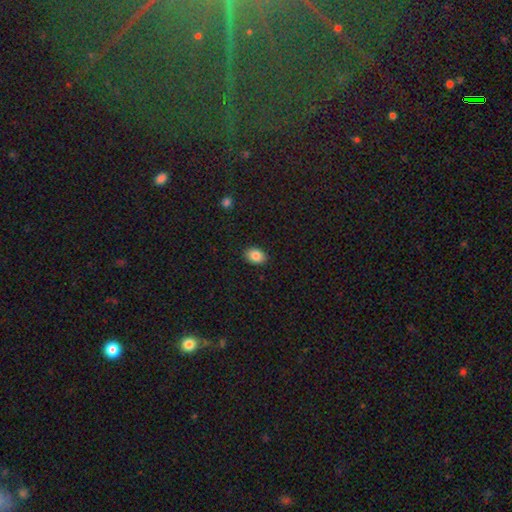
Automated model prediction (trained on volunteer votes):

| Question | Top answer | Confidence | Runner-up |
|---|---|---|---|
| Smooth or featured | smooth | 85% | star or artifact (9%) |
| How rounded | in between | 78% | round (21%) |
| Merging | none | 89% | minor disturbance (8%) |